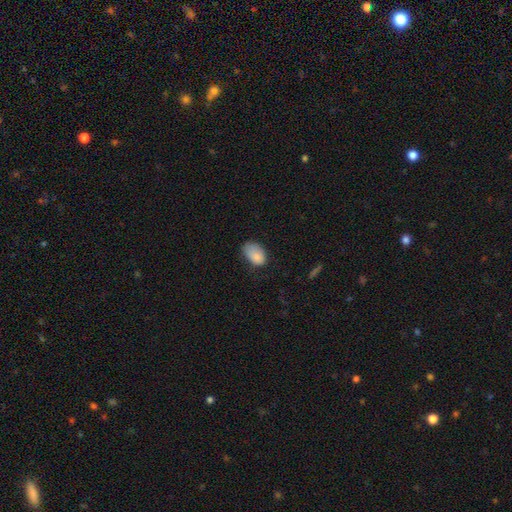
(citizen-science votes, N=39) smooth_or_featured: smooth (p=0.90) [alt: featured or disk p=0.08]
how_rounded: in between (p=0.97) [alt: round p=0.03]
merging: minor disturbance (p=0.61) [alt: none p=0.32]